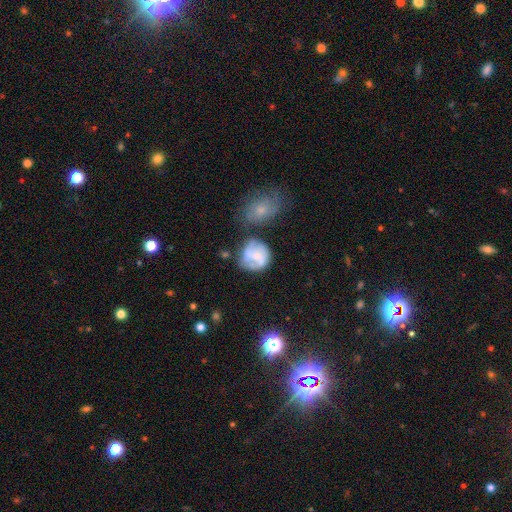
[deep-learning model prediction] Smooth or featured? Predicted: featured or disk (p=0.50). Edge-on disk? Predicted: no (p=0.97). Merging? Predicted: none (p=0.40).